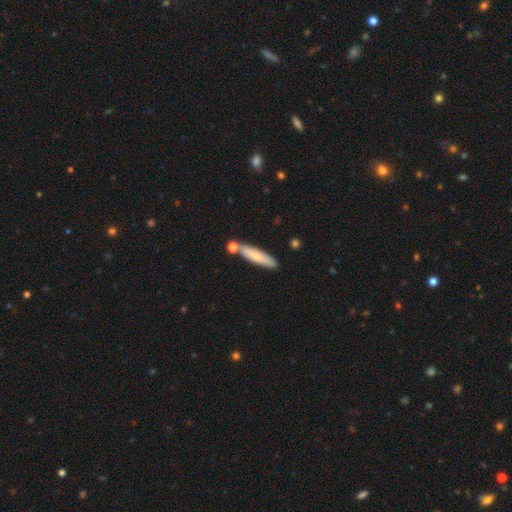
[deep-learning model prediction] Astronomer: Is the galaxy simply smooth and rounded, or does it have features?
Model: smooth — 71%.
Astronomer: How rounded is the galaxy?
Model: cigar-shaped — 82%.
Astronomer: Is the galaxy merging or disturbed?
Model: none — 74%.